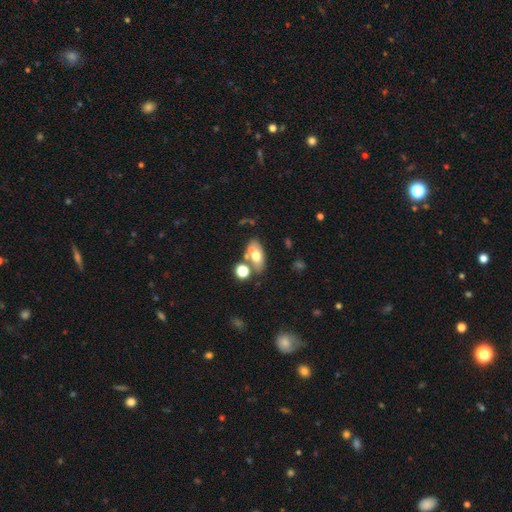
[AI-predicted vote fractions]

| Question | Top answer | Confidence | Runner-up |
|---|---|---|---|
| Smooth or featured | smooth | 54% | featured or disk (34%) |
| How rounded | in between | 81% | round (12%) |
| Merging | none | 44% | merger (35%) |